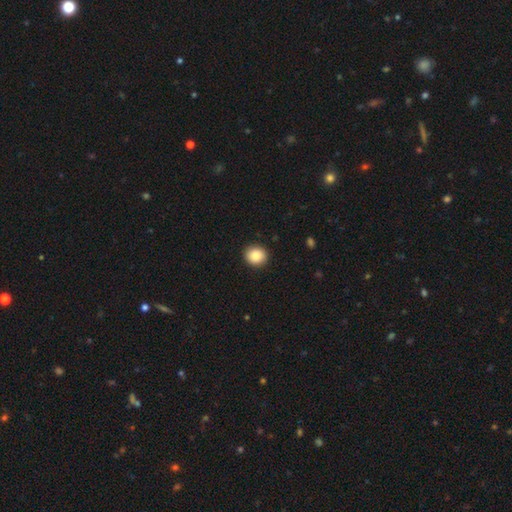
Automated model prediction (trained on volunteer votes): Smooth or featured? smooth (88%)
How rounded? round (84%)
Merging? none (92%)